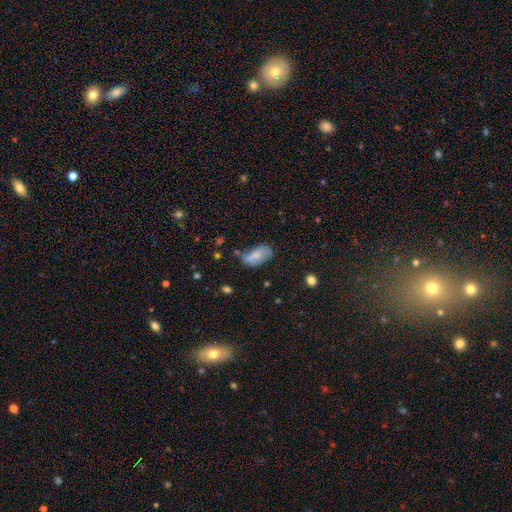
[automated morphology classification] Q: Smooth or featured?
A: smooth (74%); runner-up: featured or disk (18%)
Q: How rounded?
A: in between (92%); runner-up: cigar-shaped (4%)
Q: Merging?
A: none (48%); runner-up: minor disturbance (32%)